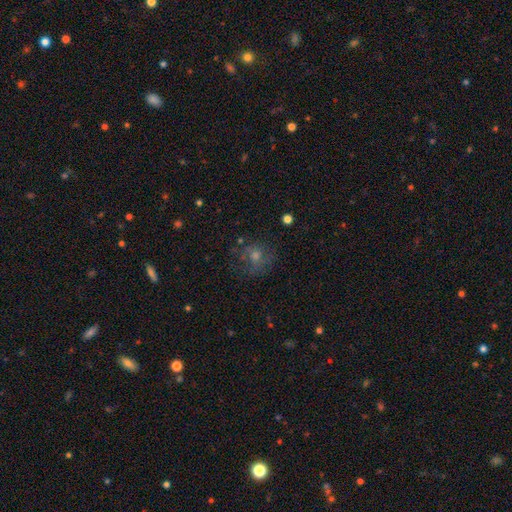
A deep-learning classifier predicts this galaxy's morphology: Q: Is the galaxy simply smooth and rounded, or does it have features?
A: smooth — 45%.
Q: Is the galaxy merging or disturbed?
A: none — 64%.